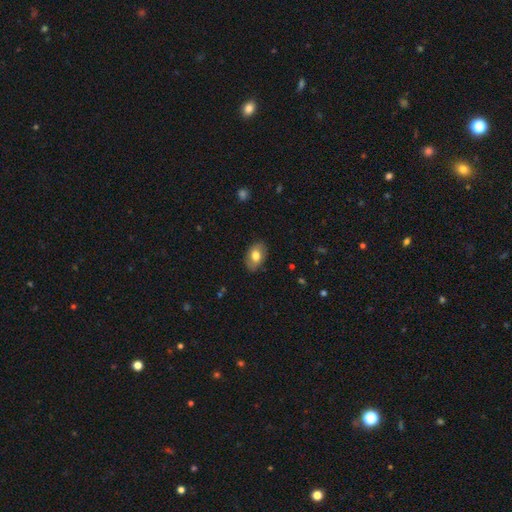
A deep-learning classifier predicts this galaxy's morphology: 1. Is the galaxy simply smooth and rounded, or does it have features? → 72% smooth, 21% featured or disk, 7% star or artifact.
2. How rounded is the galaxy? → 87% in between, 12% round, 1% cigar-shaped.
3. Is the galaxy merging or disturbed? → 84% none, 12% minor disturbance, 3% major disturbance, 1% merger.